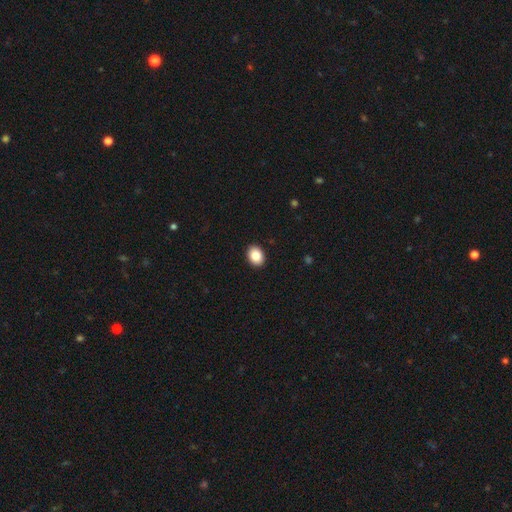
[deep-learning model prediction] A smooth galaxy with no disk features (88%) that is in between round and cigar-shaped (69%). Merging: none (91%).